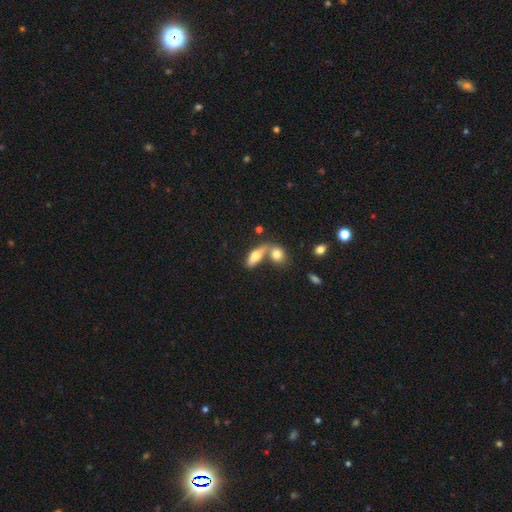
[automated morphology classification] Overall: smooth (70%). How rounded: in between (72%). Merging: merger (56%; none 30%).